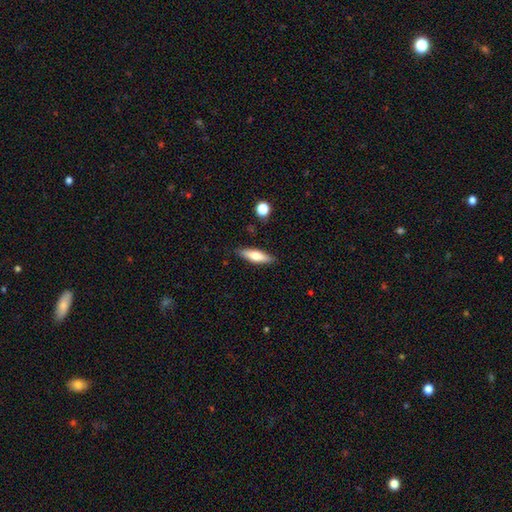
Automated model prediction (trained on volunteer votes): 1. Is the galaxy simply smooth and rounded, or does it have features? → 61% smooth, 33% featured or disk, 6% star or artifact.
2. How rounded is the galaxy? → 62% cigar-shaped, 36% in between, 2% round.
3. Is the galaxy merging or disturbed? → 87% none, 9% minor disturbance, 2% major disturbance, 2% merger.